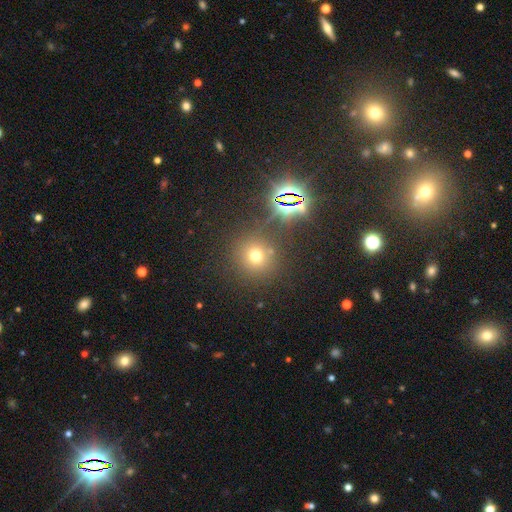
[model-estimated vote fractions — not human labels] Smooth or featured? smooth (62%)
How rounded? round (93%)
Merging? none (80%)